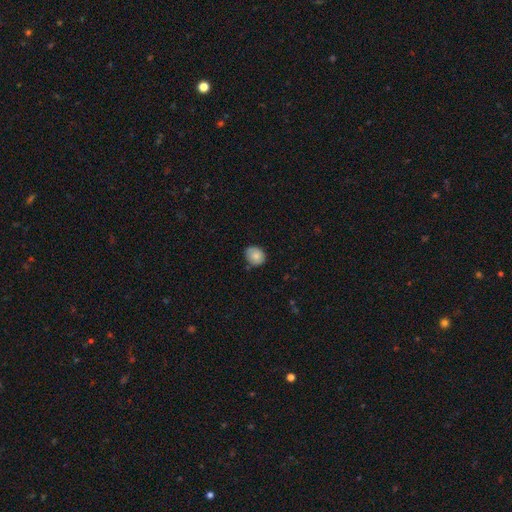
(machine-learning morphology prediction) Smooth or featured? Predicted: smooth (p=0.79). How rounded? Predicted: round (p=0.67). Merging? Predicted: none (p=0.72).